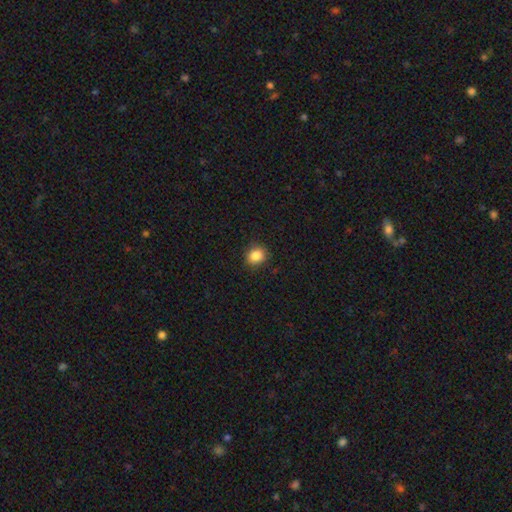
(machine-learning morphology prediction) This is clearly a smooth galaxy (85%). How rounded: likely round (71%). Merging: clearly none (88%).